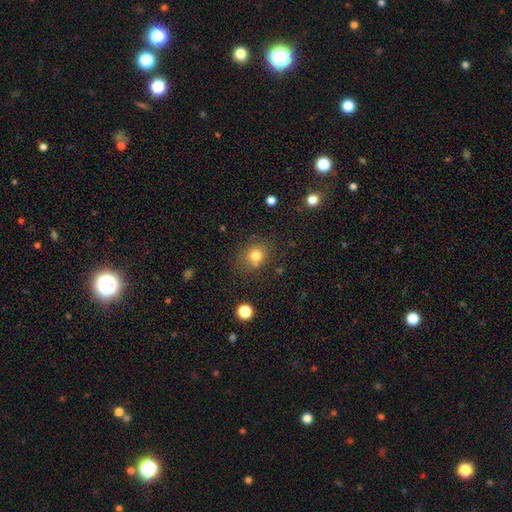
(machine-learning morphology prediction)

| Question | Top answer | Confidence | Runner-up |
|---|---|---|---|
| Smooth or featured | smooth | 78% | star or artifact (14%) |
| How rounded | round | 74% | in between (25%) |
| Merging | none | 70% | minor disturbance (14%) |